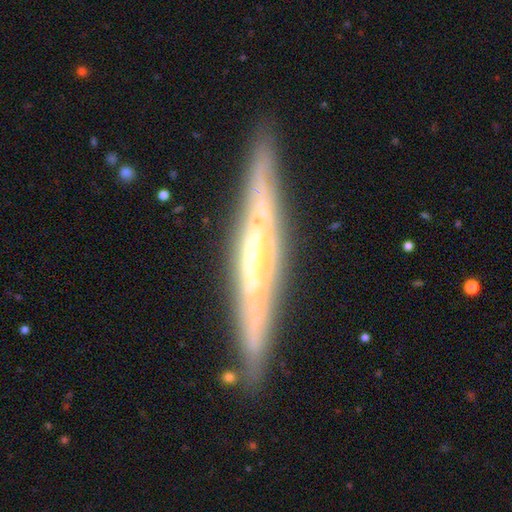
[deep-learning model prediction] smooth-or-featured: featured or disk: 82% | smooth: 11% | star or artifact: 6%
  disk-edge-on: yes: 92% | no: 8%
    edge-on-bulge: rounded: 47% | none: 38% | boxy: 14%
  merging: none: 87% | minor disturbance: 9% | major disturbance: 2% | merger: 2%